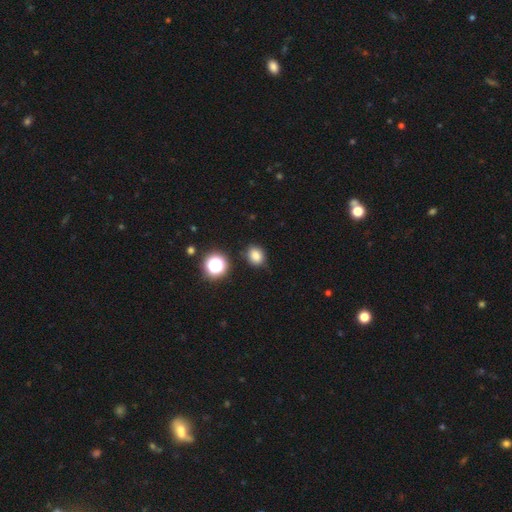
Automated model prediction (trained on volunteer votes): Smooth or featured: smooth — 80% (star or artifact — 15%)
How rounded: round — 53% (in between — 46%)
Merging: none — 83% (minor disturbance — 12%)